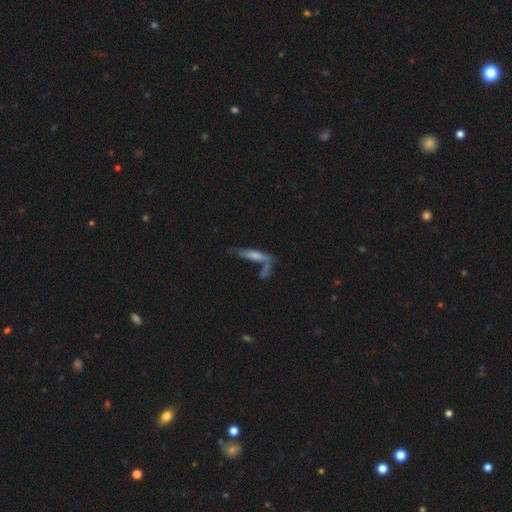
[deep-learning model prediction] A smooth galaxy with no disk features (59%) that is cigar-shaped (78%).

Vote fractions:
- Smooth or featured? smooth: 59% / featured or disk: 33% / star or artifact: 9%
- How rounded? cigar-shaped: 78% / in between: 20% / round: 2%
- Merging? none: 44% / merger: 29% / minor disturbance: 16% / major disturbance: 10%